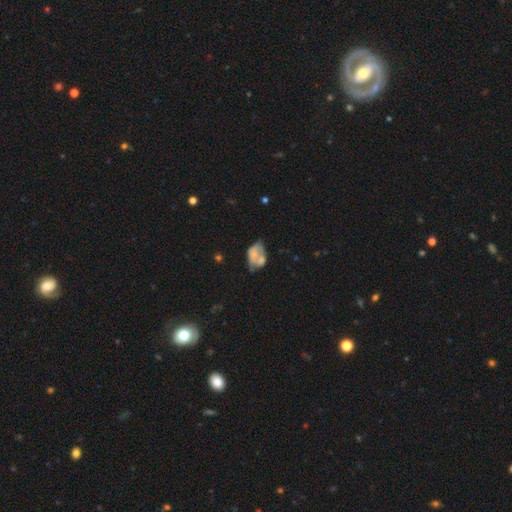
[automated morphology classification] type=smooth (55%); roundness=in between (86%); merging=merger (37%).